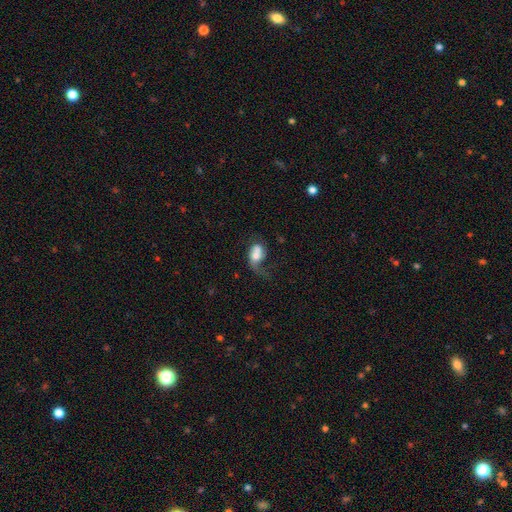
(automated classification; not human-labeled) A smooth galaxy with no disk features (47%).

Vote fractions:
- Smooth or featured? smooth: 47% / featured or disk: 43% / star or artifact: 9%
- Merging? major disturbance: 36% / merger: 28% / none: 20% / minor disturbance: 16%